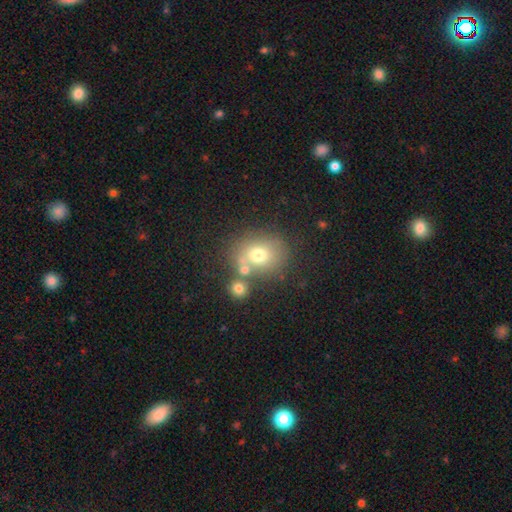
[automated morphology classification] Smooth or featured?
  - smooth: 68% *
  - featured or disk: 17%
  - star or artifact: 15%
How rounded?
  - round: 67% *
  - in between: 32%
  - cigar-shaped: 1%
Merging?
  - none: 59% *
  - merger: 24%
  - minor disturbance: 12%
  - major disturbance: 5%